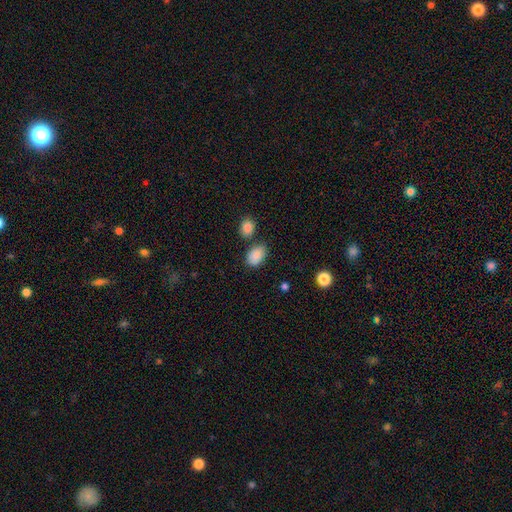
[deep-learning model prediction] This appears to be a smooth galaxy with no disk features (87%) that is in between round and cigar-shaped (87%). Merging: none (69%).